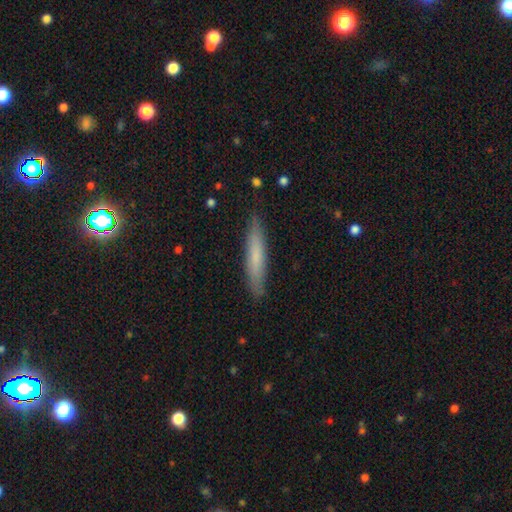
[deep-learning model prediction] smooth-or-featured: smooth: 69% | featured or disk: 25% | star or artifact: 6%
  how-rounded: cigar-shaped: 91% | in between: 8% | round: 1%
  merging: none: 87% | minor disturbance: 10% | major disturbance: 2% | merger: 1%